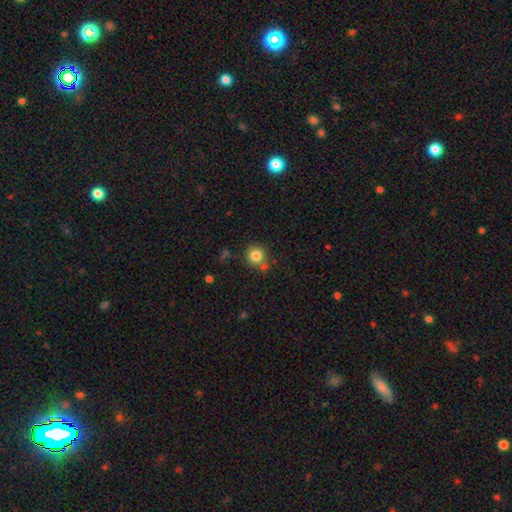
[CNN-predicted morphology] Overall: smooth (83%). How rounded: round (92%). Merging: none (72%).